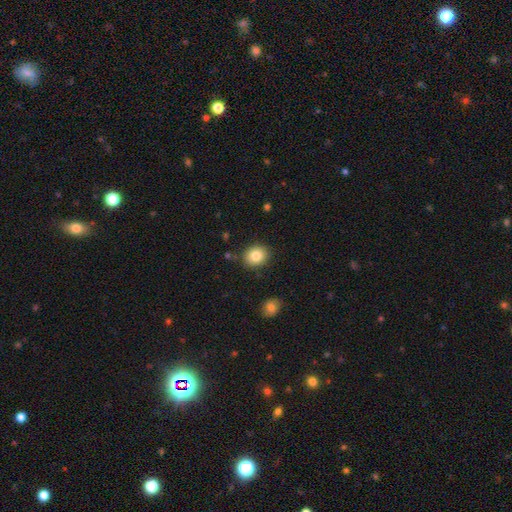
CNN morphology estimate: Smooth or featured? Predicted: smooth (p=0.84). How rounded? Predicted: round (p=0.68). Merging? Predicted: none (p=0.86).